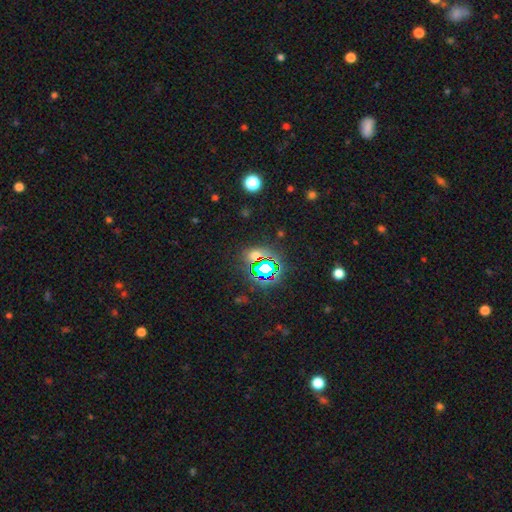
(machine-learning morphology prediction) Overall: star or artifact (62%; smooth 29%).